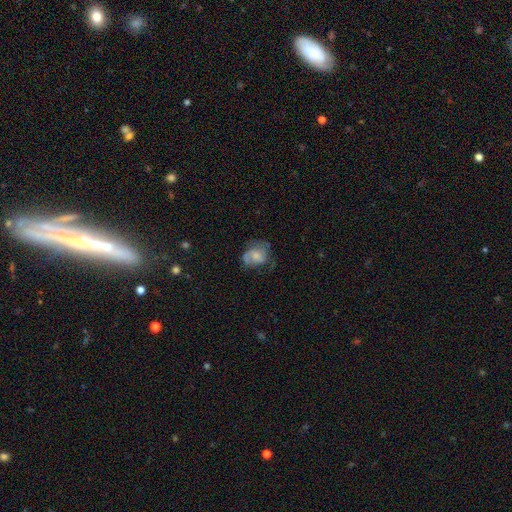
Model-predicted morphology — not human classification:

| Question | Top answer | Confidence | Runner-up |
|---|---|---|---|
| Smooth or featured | featured or disk | 48% | smooth (43%) |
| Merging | none | 48% | minor disturbance (28%) |